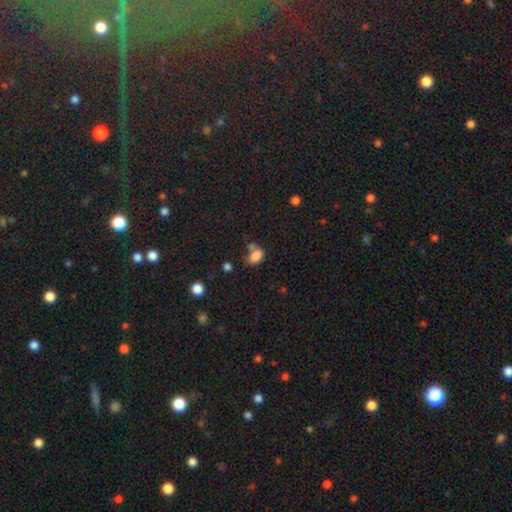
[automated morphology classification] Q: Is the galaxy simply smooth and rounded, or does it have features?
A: smooth — 81%.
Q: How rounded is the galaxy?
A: in between — 80%.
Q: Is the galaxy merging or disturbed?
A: none — 44%.